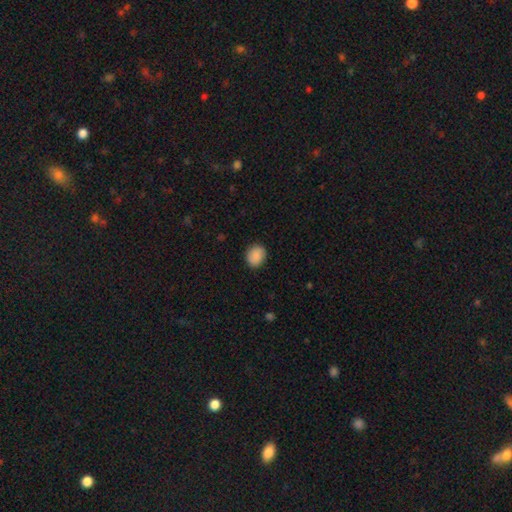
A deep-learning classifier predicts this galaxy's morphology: A smooth galaxy with no disk features (89%) that is round (64%).

Vote fractions:
- Smooth or featured? smooth: 89% / star or artifact: 7% / featured or disk: 4%
- How rounded? round: 64% / in between: 35% / cigar-shaped: 1%
- Merging? none: 88% / minor disturbance: 9% / major disturbance: 2% / merger: 1%